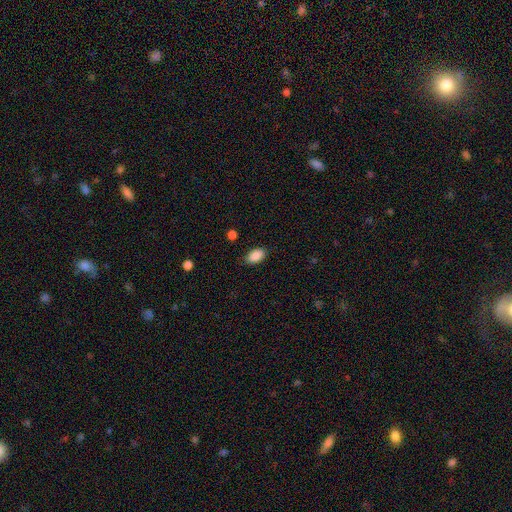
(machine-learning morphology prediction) This is clearly a smooth galaxy (89%). How rounded: clearly in between (92%). Merging: clearly none (84%).